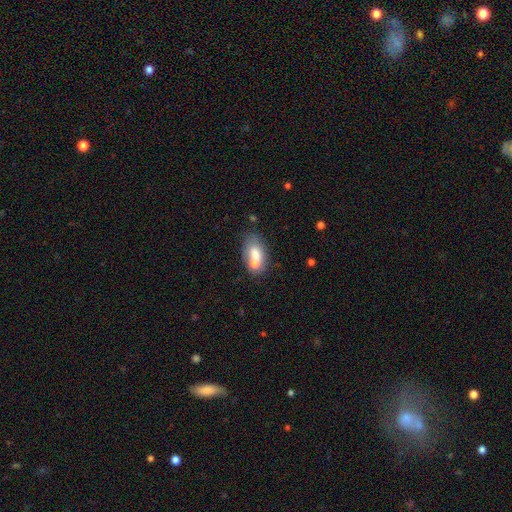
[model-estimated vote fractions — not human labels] Smooth or featured: smooth — 67% (featured or disk — 25%)
How rounded: in between — 84% (round — 13%)
Merging: merger — 47% (none — 35%)